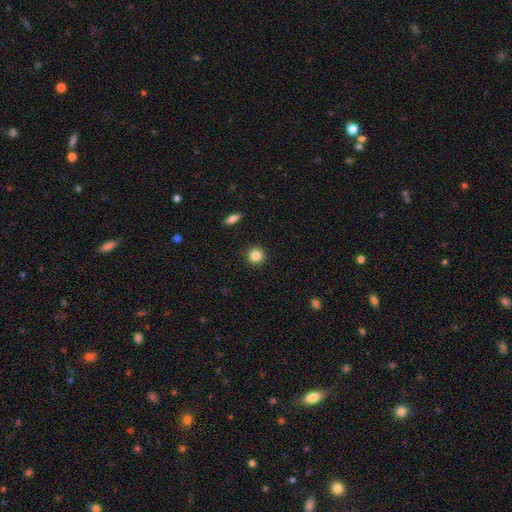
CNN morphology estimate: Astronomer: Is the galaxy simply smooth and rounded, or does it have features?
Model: smooth — 84%.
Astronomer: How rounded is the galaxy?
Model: round — 94%.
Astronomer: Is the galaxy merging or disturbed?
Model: none — 92%.